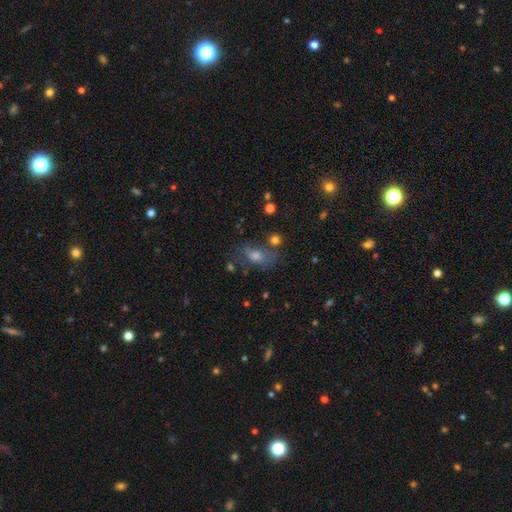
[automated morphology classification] smooth 49%, featured or disk 29%, star or artifact 22%. Down the decision tree: merging — none (54%).